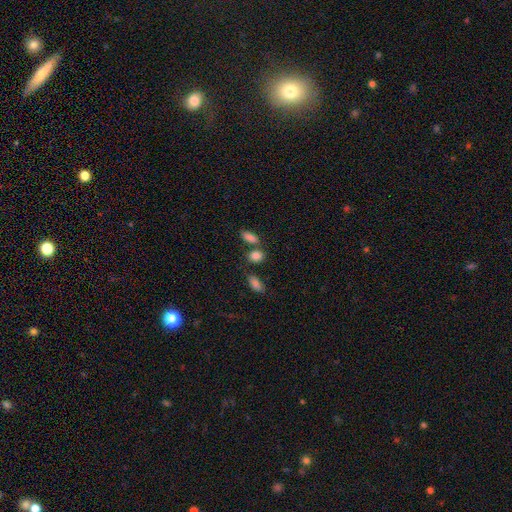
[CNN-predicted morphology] Smooth or featured? smooth (85%)
How rounded? in between (73%)
Merging? none (61%)